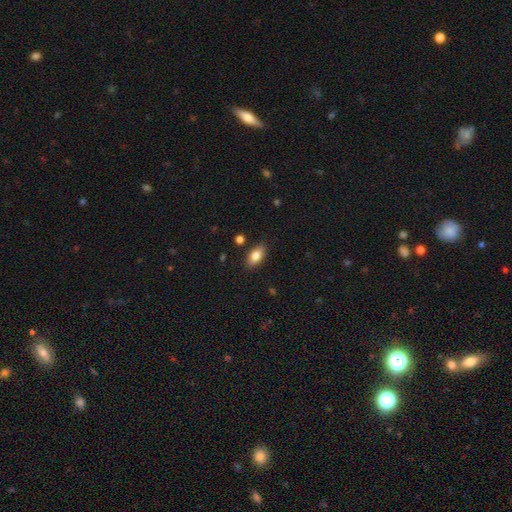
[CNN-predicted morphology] Smooth or featured? Predicted: smooth (p=0.81). How rounded? Predicted: in between (p=0.89). Merging? Predicted: none (p=0.86).